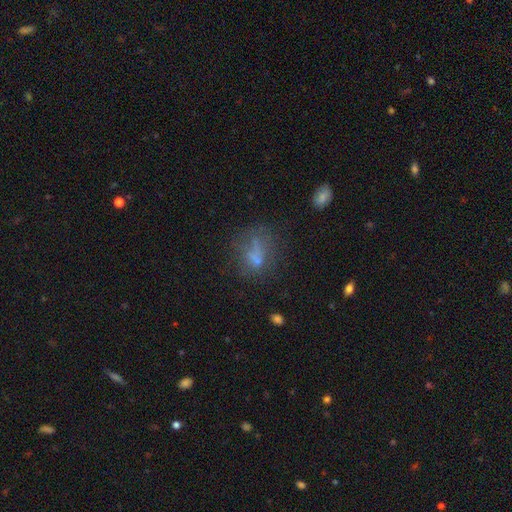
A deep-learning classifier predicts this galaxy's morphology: Smooth or featured?
  - smooth: 50% *
  - featured or disk: 30%
  - star or artifact: 20%
How rounded?
  - in between: 53% *
  - round: 41%
  - cigar-shaped: 5%
Merging?
  - none: 43% *
  - major disturbance: 27%
  - minor disturbance: 21%
  - merger: 9%